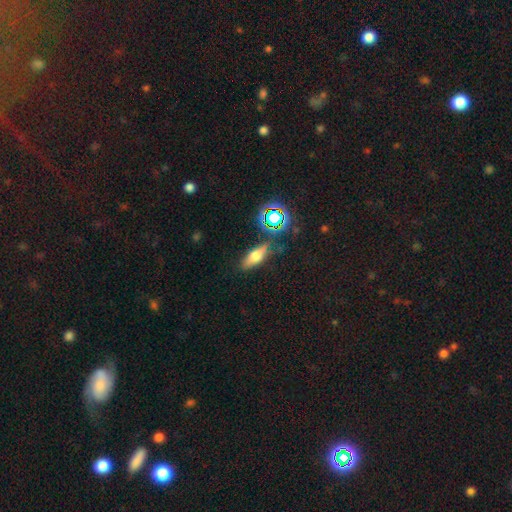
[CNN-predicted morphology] The model was most divided on "how rounded": in between: 59%, cigar-shaped: 34%, round: 7%. More confident: merging — none (77%); smooth or featured — smooth (59%).